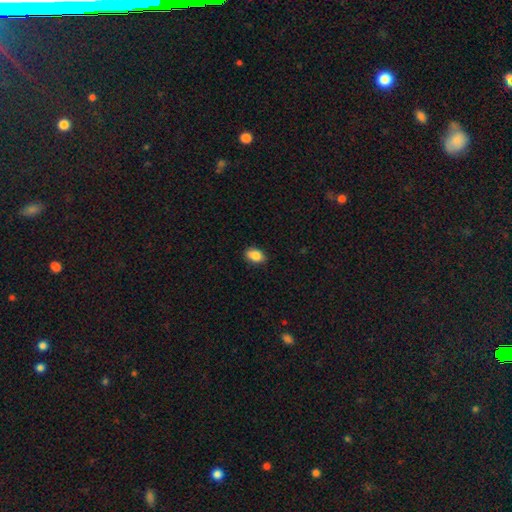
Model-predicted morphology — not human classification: smooth 87%, star or artifact 8%, featured or disk 5%. Down the decision tree: how rounded — in between (88%); merging — none (86%).